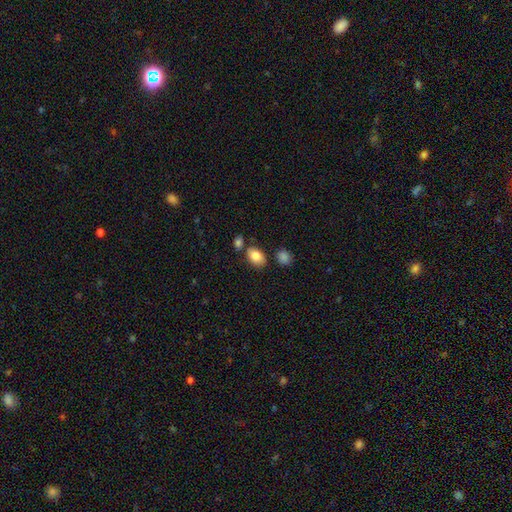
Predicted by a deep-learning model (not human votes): Smooth or featured?
  - smooth: 83% *
  - featured or disk: 8%
  - star or artifact: 8%
How rounded?
  - in between: 82% *
  - round: 16%
  - cigar-shaped: 1%
Merging?
  - none: 71% *
  - minor disturbance: 13%
  - merger: 12%
  - major disturbance: 4%